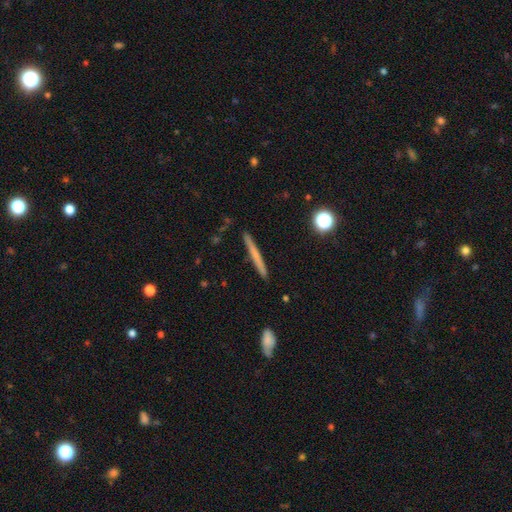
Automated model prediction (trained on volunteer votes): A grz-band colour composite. It shows a smooth galaxy with no disk features (56%) that is cigar-shaped (96%). Merging: none (90%).